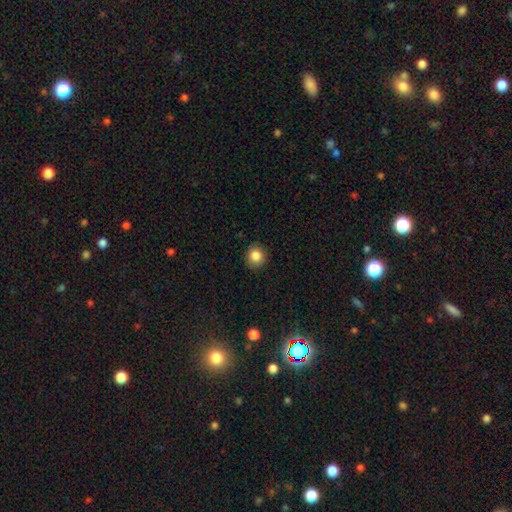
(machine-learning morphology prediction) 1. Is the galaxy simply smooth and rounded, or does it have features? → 86% smooth, 10% star or artifact, 5% featured or disk.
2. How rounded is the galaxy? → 84% round, 15% in between, 1% cigar-shaped.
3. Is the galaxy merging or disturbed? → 87% none, 10% minor disturbance, 2% major disturbance, 1% merger.